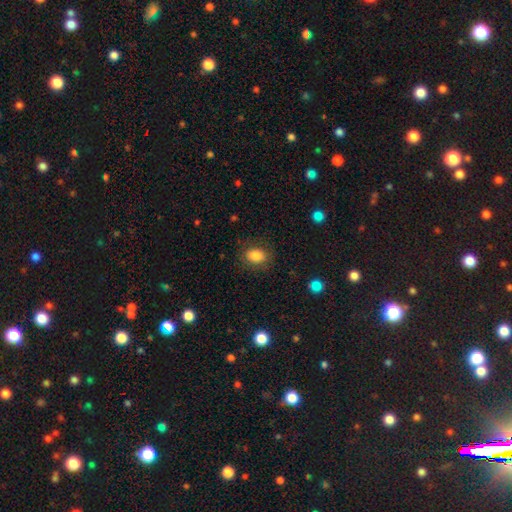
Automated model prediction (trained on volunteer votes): Smooth or featured? smooth (83%)
How rounded? in between (61%)
Merging? none (83%)